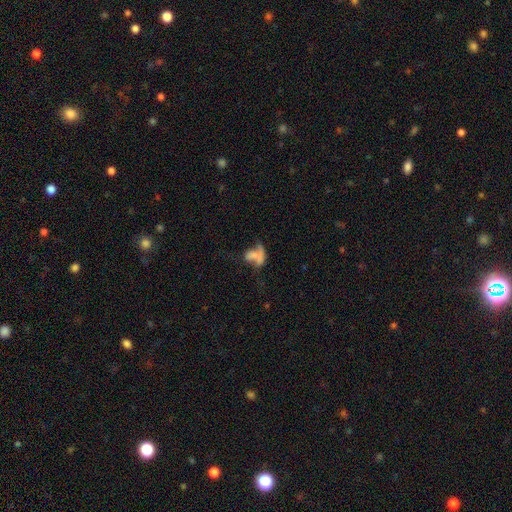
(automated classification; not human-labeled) Smooth or featured: smooth — 56% (featured or disk — 31%)
How rounded: in between — 74% (round — 19%)
Merging: merger — 47% (major disturbance — 21%)